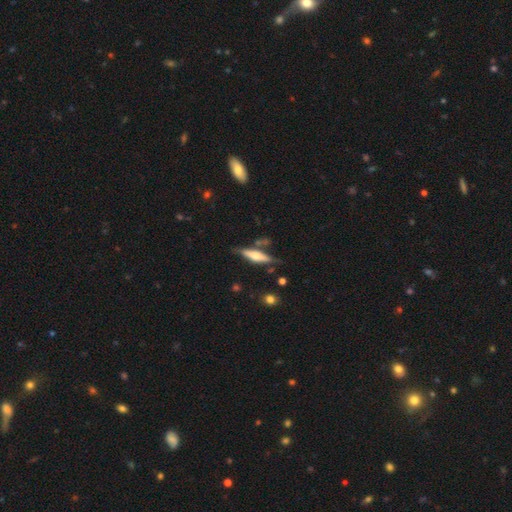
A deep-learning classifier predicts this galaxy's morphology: Q: Smooth or featured?
A: featured or disk (51%); runner-up: smooth (43%)
Q: Edge-on disk?
A: yes (92%); runner-up: no (8%)
Q: Merging?
A: none (67%); runner-up: minor disturbance (19%)